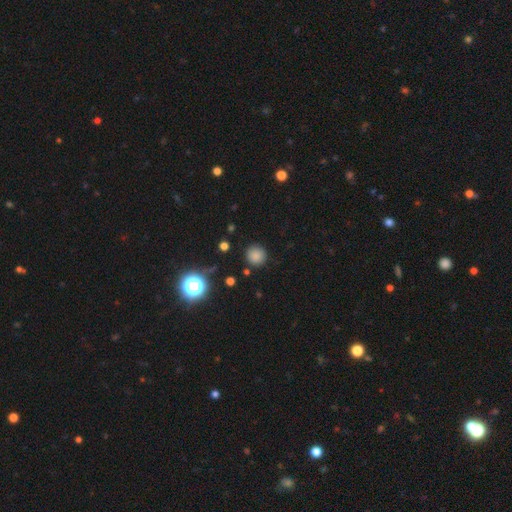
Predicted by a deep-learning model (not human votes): Smooth or featured? Predicted: smooth (p=0.81). How rounded? Predicted: round (p=0.93). Merging? Predicted: none (p=0.87).